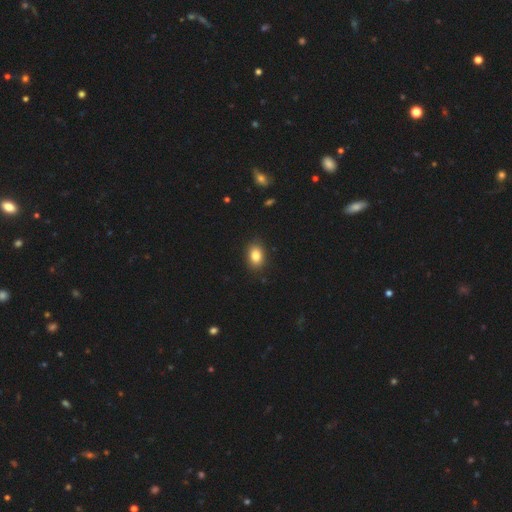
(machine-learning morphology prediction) A smooth galaxy with no disk features (84%) that is in between round and cigar-shaped (79%).

Vote fractions:
- Smooth or featured? smooth: 84% / star or artifact: 9% / featured or disk: 7%
- How rounded? in between: 79% / round: 19% / cigar-shaped: 1%
- Merging? none: 88% / minor disturbance: 9% / major disturbance: 2% / merger: 1%